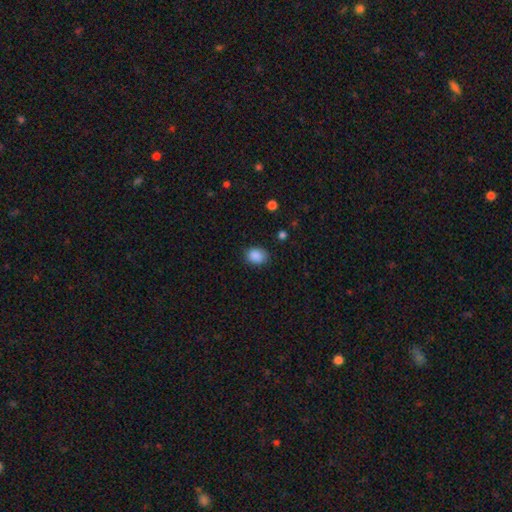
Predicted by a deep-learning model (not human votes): smooth-or-featured: smooth: 88% | star or artifact: 9% | featured or disk: 3%
  how-rounded: in between: 54% | round: 45% | cigar-shaped: 1%
  merging: none: 82% | minor disturbance: 13% | major disturbance: 3% | merger: 1%